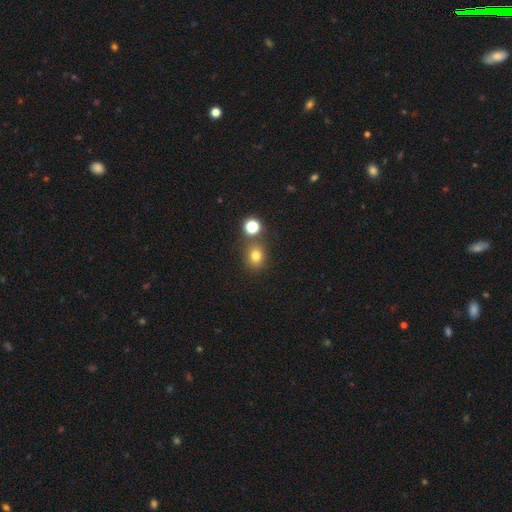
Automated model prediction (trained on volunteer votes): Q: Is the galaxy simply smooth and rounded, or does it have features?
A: smooth — 77%.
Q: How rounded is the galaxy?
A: round — 70%.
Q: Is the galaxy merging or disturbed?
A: none — 73%.